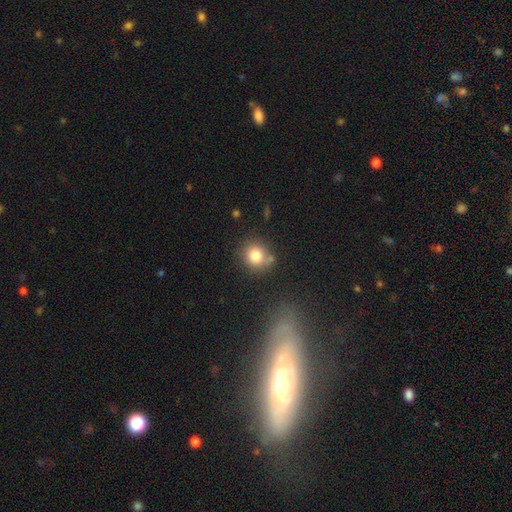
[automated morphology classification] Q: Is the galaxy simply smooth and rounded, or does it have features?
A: smooth — 81%.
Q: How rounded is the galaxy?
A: round — 85%.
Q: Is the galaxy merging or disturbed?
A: none — 72%.